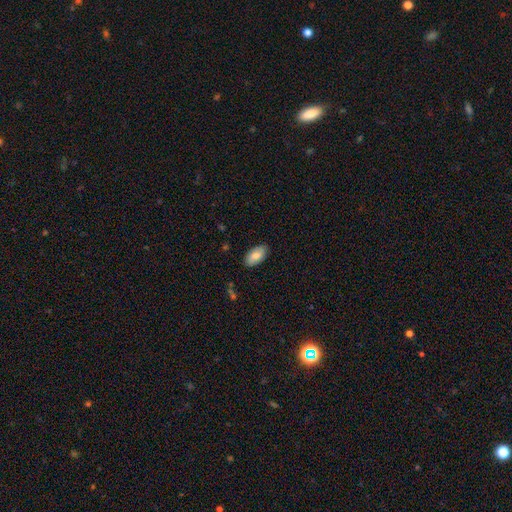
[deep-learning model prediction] This appears to be a smooth galaxy with no disk features (79%) that is in between round and cigar-shaped (95%). Merging: none (86%).